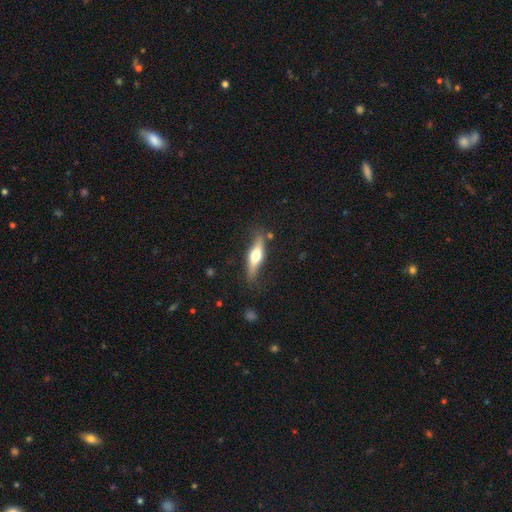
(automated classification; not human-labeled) Smooth or featured: featured or disk — 52% (smooth — 43%)
Edge-on disk: yes — 89% (no — 11%)
Merging: none — 79% (minor disturbance — 15%)